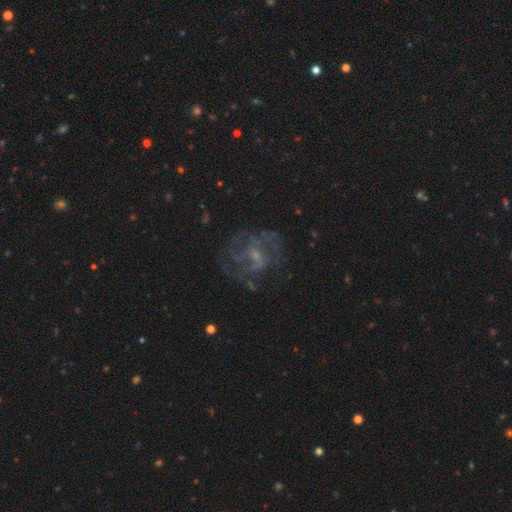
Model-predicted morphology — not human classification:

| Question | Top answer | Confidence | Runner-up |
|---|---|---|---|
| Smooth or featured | featured or disk | 72% | smooth (15%) |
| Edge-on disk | no | 97% | yes (3%) |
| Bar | no | 48% | weak (43%) |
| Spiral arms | yes | 71% | no (29%) |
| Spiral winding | medium | 45% | tight (28%) |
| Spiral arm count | can't tell | 44% | 2 (22%) |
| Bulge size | small | 60% | moderate (21%) |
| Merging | none | 61% | major disturbance (20%) |